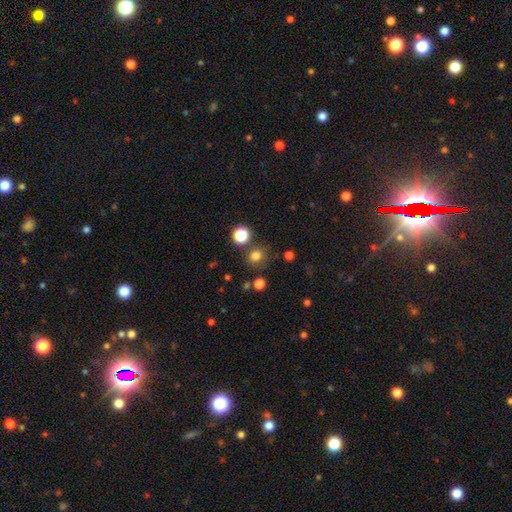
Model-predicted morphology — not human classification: A smooth galaxy with no disk features (76%) that is round (76%). Merging: none (77%).